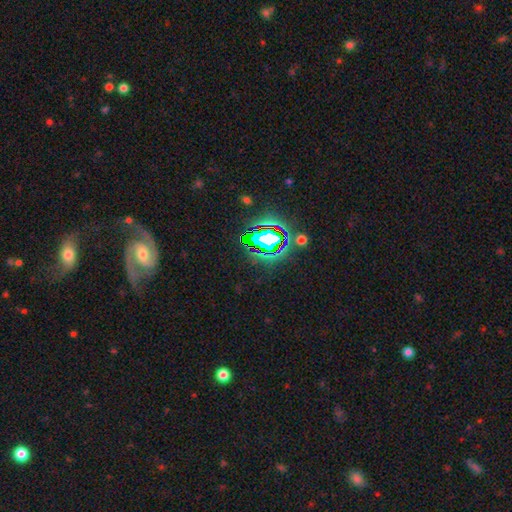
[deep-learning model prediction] Morphology: type=star or artifact (54%).